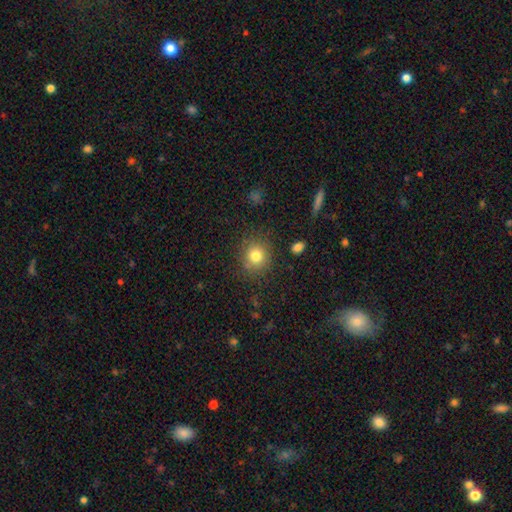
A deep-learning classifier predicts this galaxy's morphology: Overall: smooth (80%). How rounded: round (84%). Merging: none (83%).